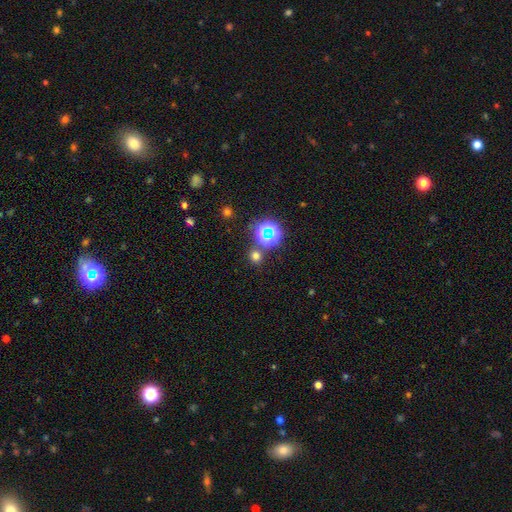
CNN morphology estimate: Q: Smooth or featured?
A: smooth (62%); runner-up: star or artifact (32%)
Q: How rounded?
A: round (87%); runner-up: in between (11%)
Q: Merging?
A: none (79%); runner-up: merger (11%)